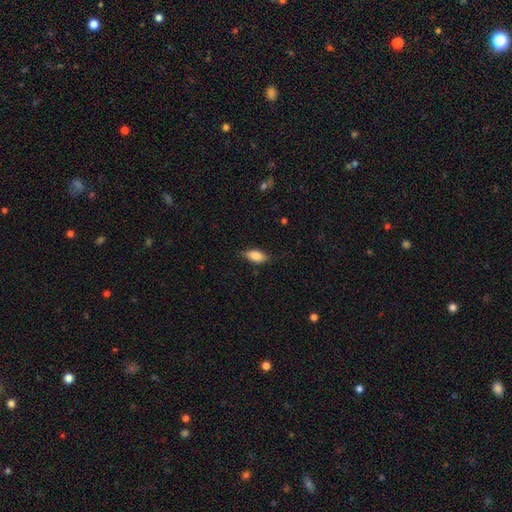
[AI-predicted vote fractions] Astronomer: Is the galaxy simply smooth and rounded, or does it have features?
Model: smooth — 82%.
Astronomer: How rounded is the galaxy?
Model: in between — 87%.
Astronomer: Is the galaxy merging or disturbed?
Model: none — 77%.